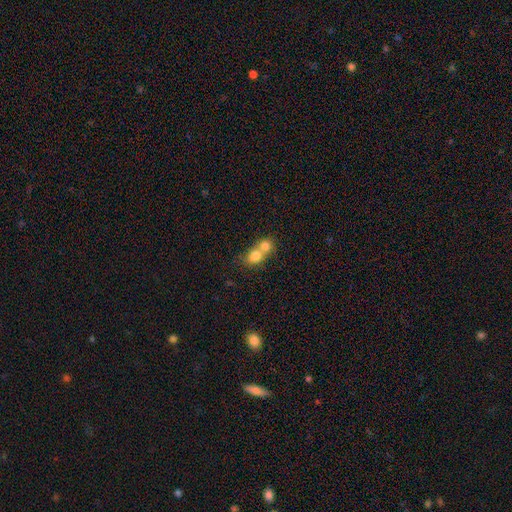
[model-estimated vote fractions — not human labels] Smooth or featured: smooth — 77% (featured or disk — 14%)
How rounded: round — 64% (in between — 35%)
Merging: merger — 70% (none — 23%)